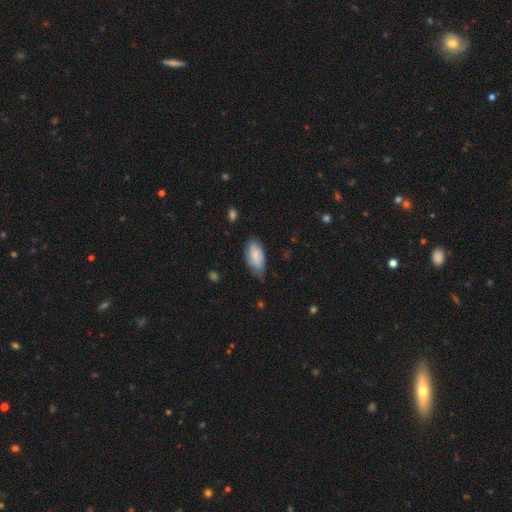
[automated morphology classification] Smooth or featured?
  - smooth: 68% *
  - featured or disk: 25%
  - star or artifact: 7%
How rounded?
  - in between: 91% *
  - cigar-shaped: 6%
  - round: 3%
Merging?
  - none: 51% *
  - minor disturbance: 38%
  - major disturbance: 9%
  - merger: 2%